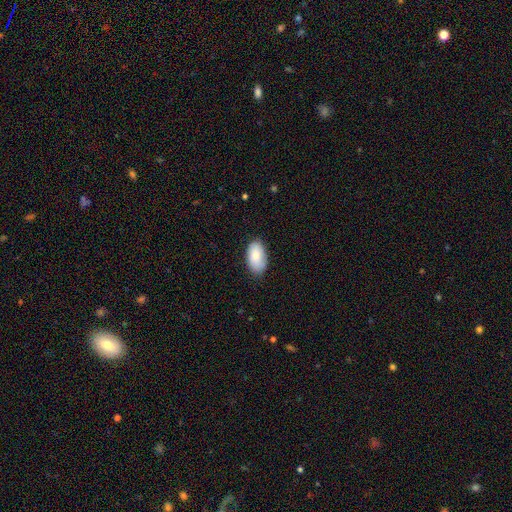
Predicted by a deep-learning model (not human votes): Smooth or featured: smooth — 80% (featured or disk — 13%)
How rounded: in between — 94% (round — 4%)
Merging: none — 80% (minor disturbance — 17%)